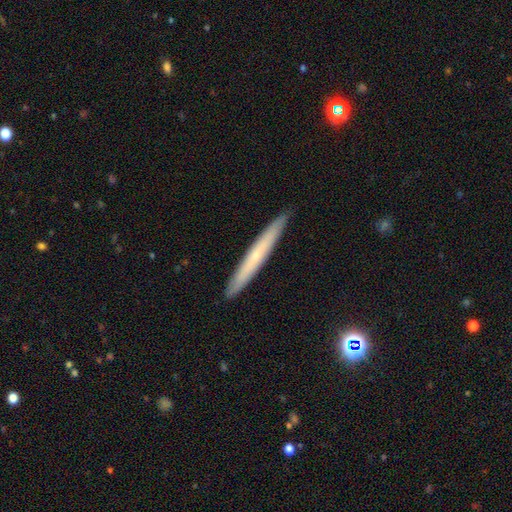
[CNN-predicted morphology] This is possibly a smooth galaxy (48%). Merging: clearly none (91%).